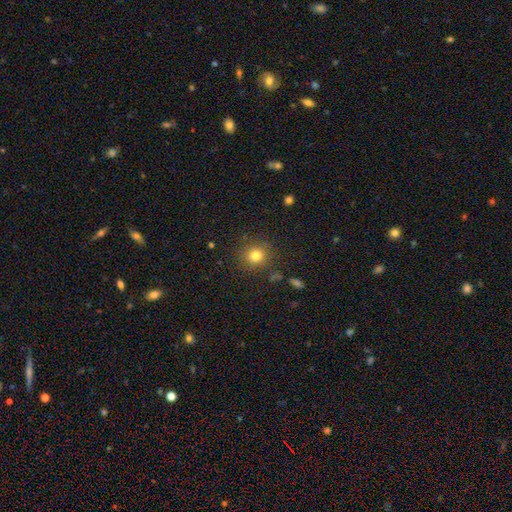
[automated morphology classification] smooth 79%, star or artifact 13%, featured or disk 7%. Down the decision tree: how rounded — round (85%); merging — none (85%).